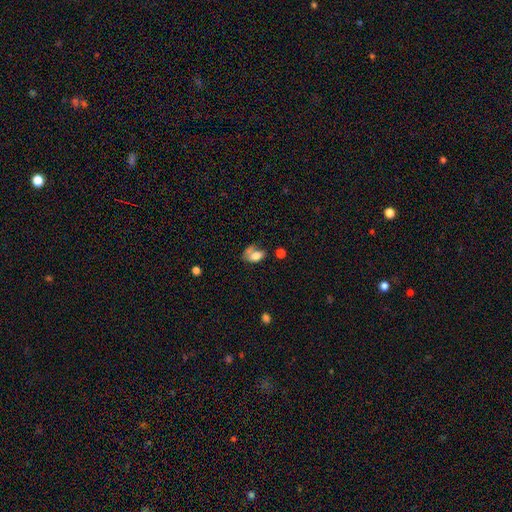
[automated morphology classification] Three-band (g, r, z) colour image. It shows a smooth galaxy with no disk features (75%) that is in between round and cigar-shaped (87%). Merging: none (31%).